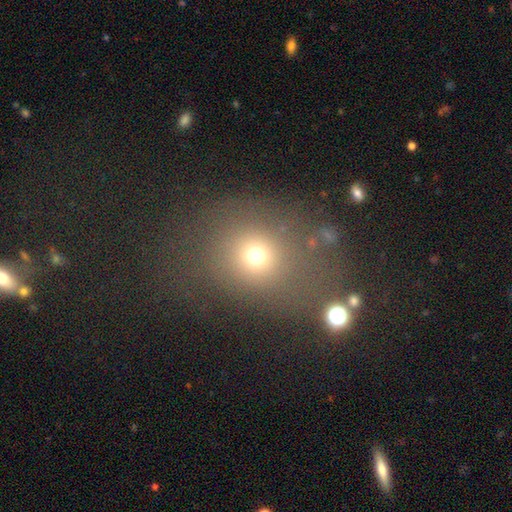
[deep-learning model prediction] This appears to be a smooth galaxy with no disk features (70%) that is round (80%). Merging: none (66%).